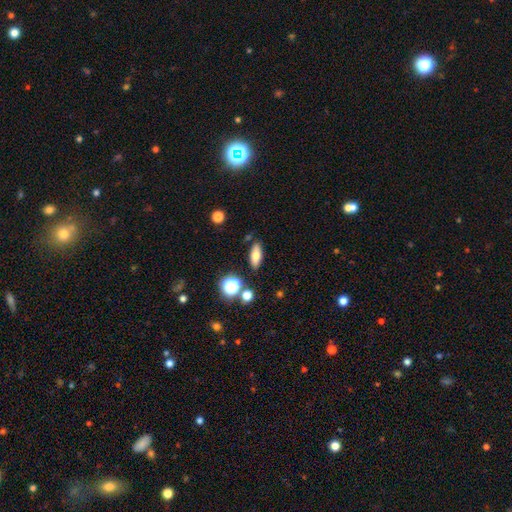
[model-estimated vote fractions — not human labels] This is likely a smooth galaxy (74%). How rounded: likely in between (71%). Merging: clearly none (83%).